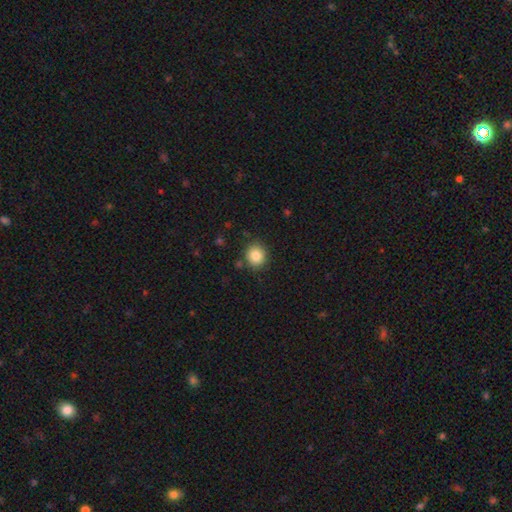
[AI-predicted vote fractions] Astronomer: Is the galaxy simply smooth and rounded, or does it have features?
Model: smooth — 84%.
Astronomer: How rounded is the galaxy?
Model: round — 86%.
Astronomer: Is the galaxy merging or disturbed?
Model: none — 86%.